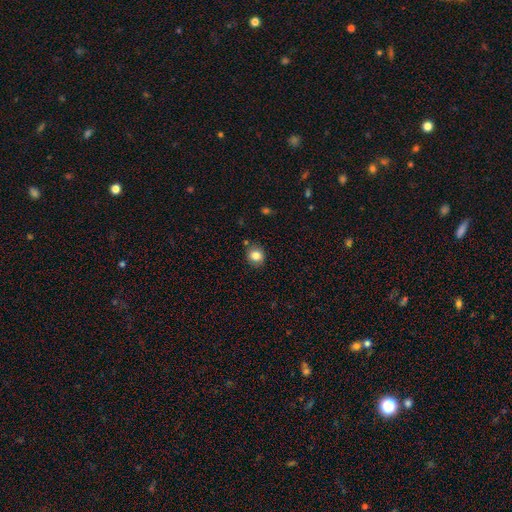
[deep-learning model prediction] Smooth or featured: smooth — 84% (star or artifact — 10%)
How rounded: round — 84% (in between — 15%)
Merging: none — 85% (minor disturbance — 10%)